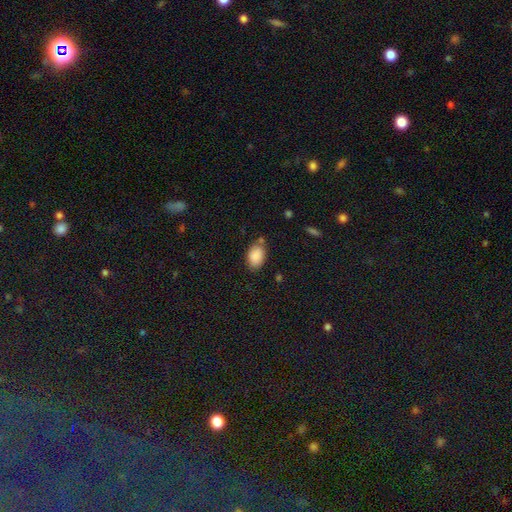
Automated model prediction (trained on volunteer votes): Q: Smooth or featured?
A: smooth (88%); runner-up: star or artifact (7%)
Q: How rounded?
A: in between (90%); runner-up: round (9%)
Q: Merging?
A: none (70%); runner-up: minor disturbance (19%)